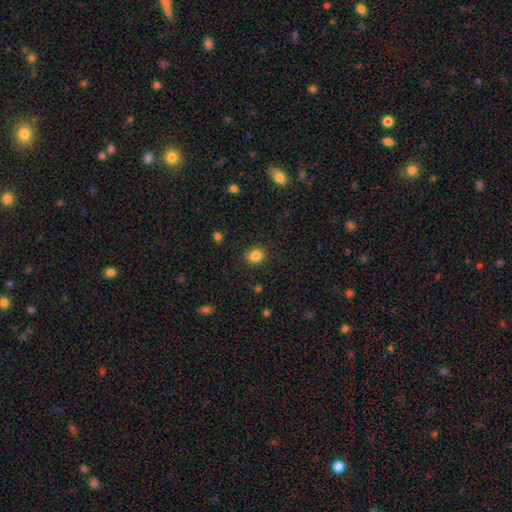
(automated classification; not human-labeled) This appears to be a smooth galaxy with no disk features (85%) that is round (65%). Merging: none (87%).